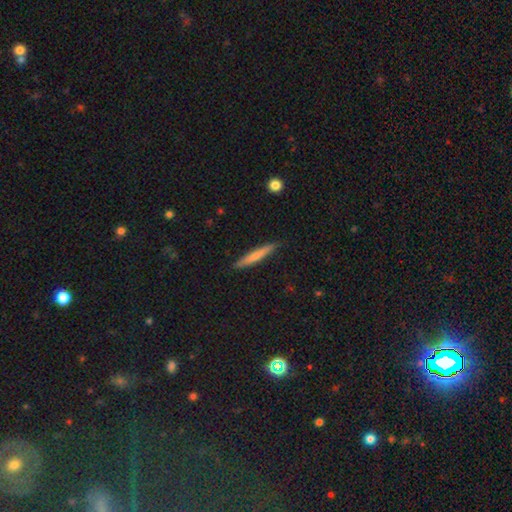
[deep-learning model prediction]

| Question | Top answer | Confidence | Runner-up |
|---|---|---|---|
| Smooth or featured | smooth | 68% | featured or disk (26%) |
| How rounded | cigar-shaped | 94% | in between (5%) |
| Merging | none | 88% | minor disturbance (9%) |